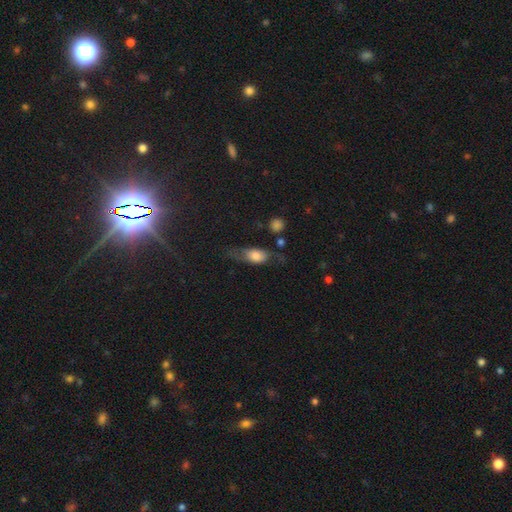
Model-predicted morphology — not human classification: Smooth or featured?
  - smooth: 62% *
  - featured or disk: 29%
  - star or artifact: 9%
How rounded?
  - in between: 73% *
  - cigar-shaped: 15%
  - round: 12%
Merging?
  - none: 47% *
  - minor disturbance: 27%
  - major disturbance: 20%
  - merger: 5%